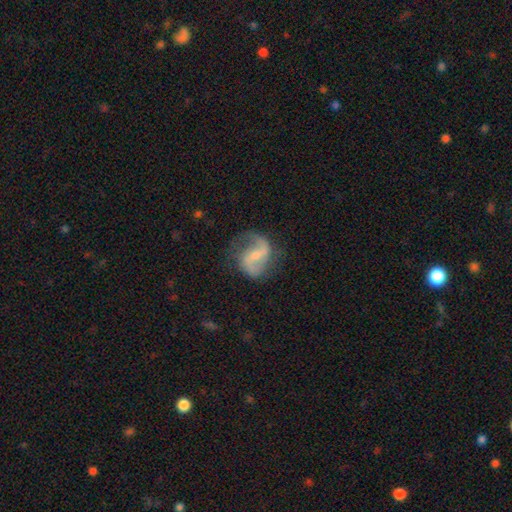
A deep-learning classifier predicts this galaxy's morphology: smooth-or-featured: featured or disk: 84% | smooth: 10% | star or artifact: 5%
  disk-edge-on: no: 98% | yes: 2%
    bar: weak: 51% | strong: 26% | no: 24%
    has-spiral-arms: yes: 95% | no: 5%
      spiral-winding: loose: 49% | medium: 41% | tight: 9%
      spiral-arm-count: 2: 89% | 1: 4% | can't tell: 3% | 3: 1% | 4: 1% | more than 4: 1%
    bulge-size: small: 54% | moderate: 35% | none: 9% | large: 2% | dominant: 1%
  merging: none: 69% | minor disturbance: 20% | major disturbance: 10% | merger: 2%